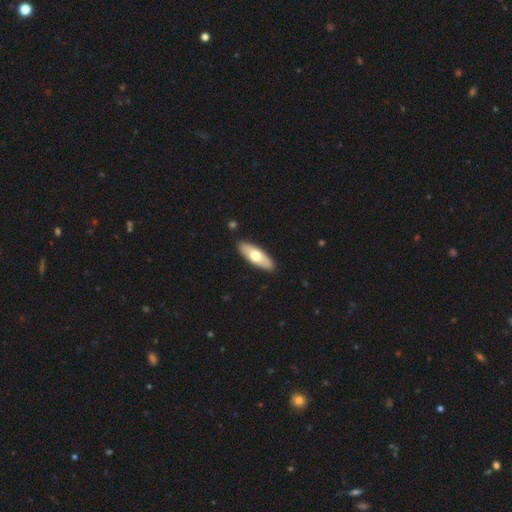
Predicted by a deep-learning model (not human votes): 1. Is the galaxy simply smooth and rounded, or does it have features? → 61% smooth, 34% featured or disk, 5% star or artifact.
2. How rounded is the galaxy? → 63% in between, 35% cigar-shaped, 2% round.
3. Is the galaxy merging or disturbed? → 90% none, 7% minor disturbance, 2% major disturbance, 1% merger.